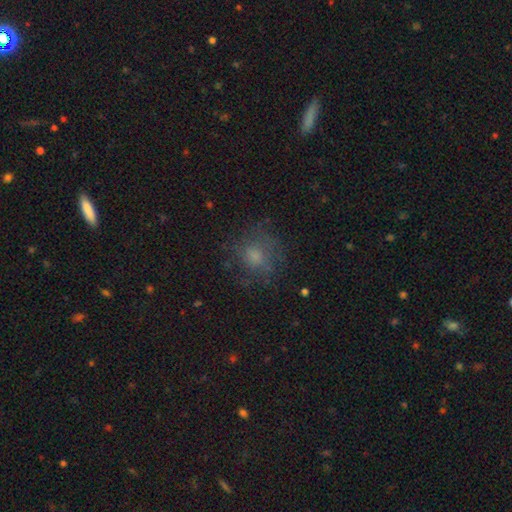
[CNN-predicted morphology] A smooth galaxy with no disk features (67%) that is round (82%).

Vote fractions:
- Smooth or featured? smooth: 67% / featured or disk: 18% / star or artifact: 15%
- How rounded? round: 82% / in between: 17% / cigar-shaped: 1%
- Merging? none: 70% / minor disturbance: 16% / major disturbance: 12% / merger: 1%